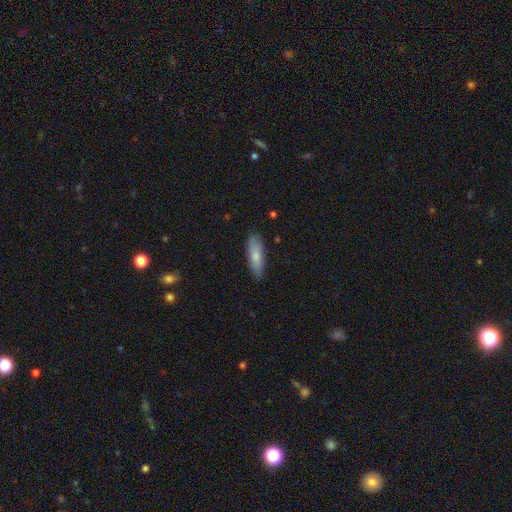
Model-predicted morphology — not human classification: type=smooth (77%); roundness=in between (50%); merging=none (85%).